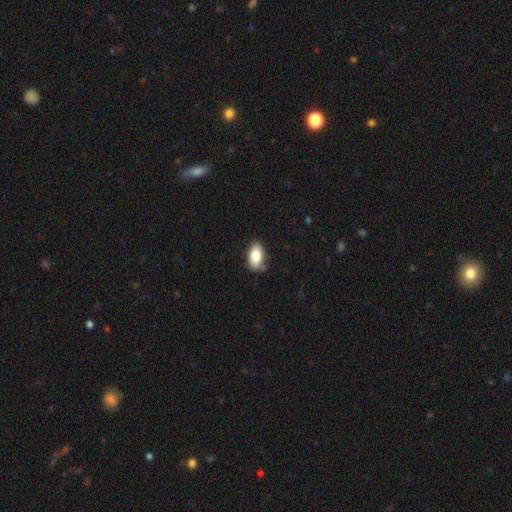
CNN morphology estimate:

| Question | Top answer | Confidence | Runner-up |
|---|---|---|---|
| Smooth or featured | smooth | 84% | featured or disk (9%) |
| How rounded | in between | 92% | round (5%) |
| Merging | none | 79% | minor disturbance (17%) |